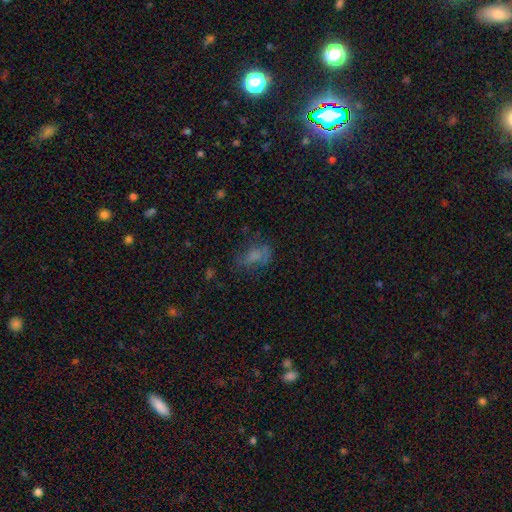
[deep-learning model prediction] Overall: smooth (56%; featured or disk 25%). How rounded: in between (80%). Merging: none (51%; minor disturbance 24%).